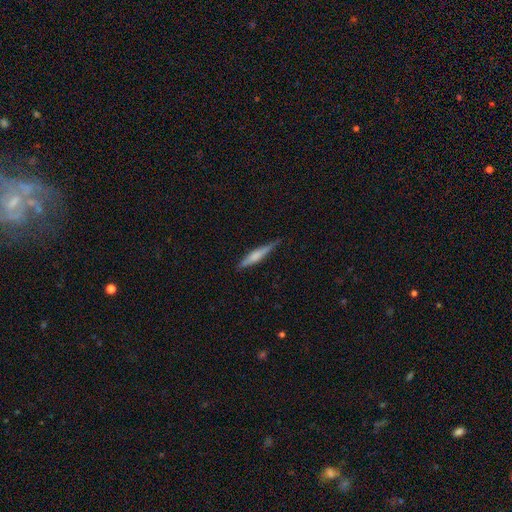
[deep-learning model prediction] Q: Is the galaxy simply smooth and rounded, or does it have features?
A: smooth — 47%, tied with featured or disk.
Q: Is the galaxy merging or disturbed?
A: none — 82%.